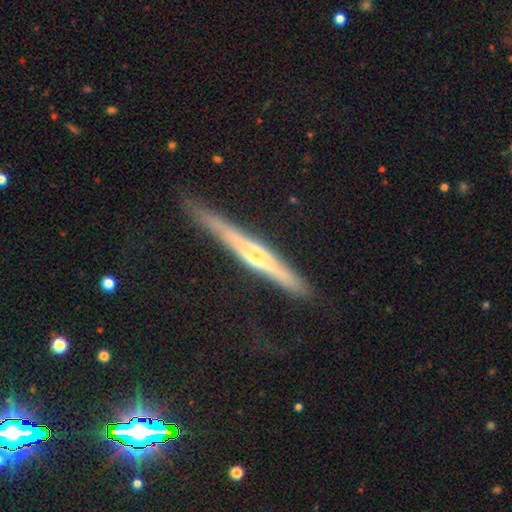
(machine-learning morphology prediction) smooth_or_featured: featured or disk (p=0.71) [alt: smooth p=0.21]
disk_edge_on: yes (p=0.96) [alt: no p=0.04]
edge_on_bulge: rounded (p=0.67) [alt: none p=0.23]
merging: none (p=0.81) [alt: minor disturbance p=0.14]